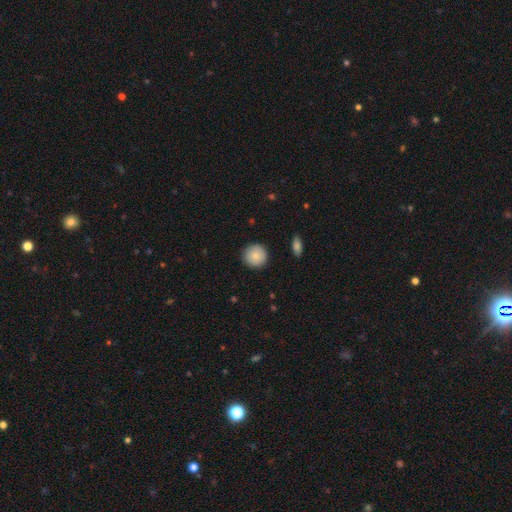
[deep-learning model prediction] Smooth or featured? smooth (88%)
How rounded? round (94%)
Merging? none (91%)